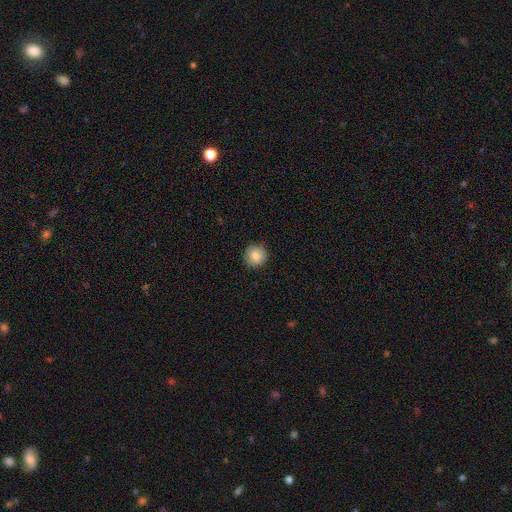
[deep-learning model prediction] Smooth or featured? Predicted: smooth (p=0.84). How rounded? Predicted: round (p=0.93). Merging? Predicted: none (p=0.90).